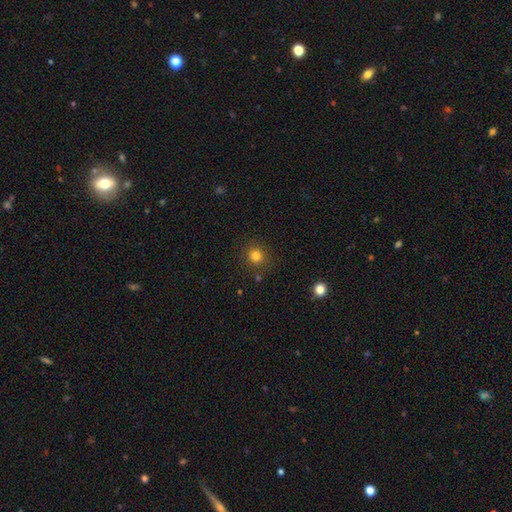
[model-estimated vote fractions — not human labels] Smooth or featured?
  - smooth: 80% *
  - star or artifact: 14%
  - featured or disk: 6%
How rounded?
  - round: 86% *
  - in between: 13%
  - cigar-shaped: 1%
Merging?
  - none: 86% *
  - minor disturbance: 9%
  - major disturbance: 3%
  - merger: 3%